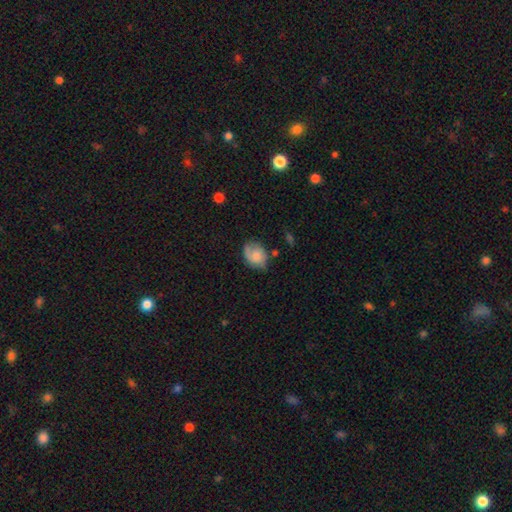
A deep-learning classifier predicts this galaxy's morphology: A smooth galaxy with no disk features (61%) that is in between round and cigar-shaped (61%).

Vote fractions:
- Smooth or featured? smooth: 61% / featured or disk: 31% / star or artifact: 8%
- How rounded? in between: 61% / round: 38% / cigar-shaped: 1%
- Merging? none: 55% / minor disturbance: 30% / major disturbance: 11% / merger: 4%